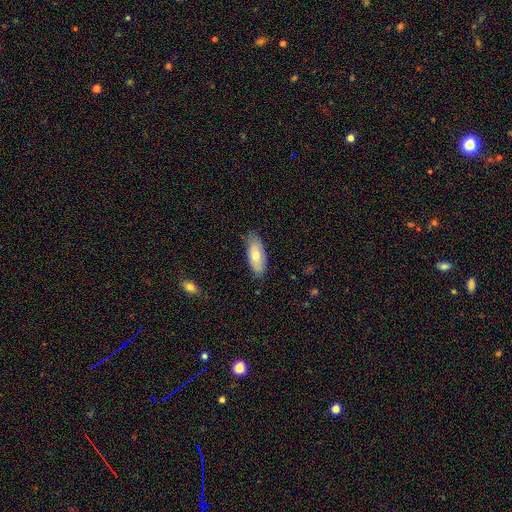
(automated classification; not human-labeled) Smooth or featured? Predicted: smooth (p=0.70). How rounded? Predicted: in between (p=0.83). Merging? Predicted: none (p=0.79).